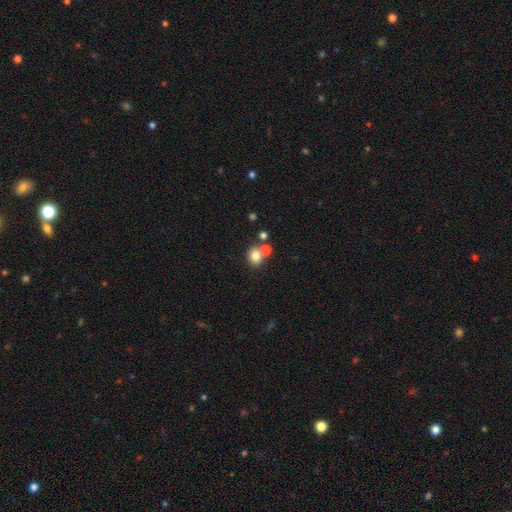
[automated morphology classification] Smooth or featured: smooth — 79% (star or artifact — 12%)
How rounded: round — 66% (in between — 33%)
Merging: none — 53% (merger — 35%)